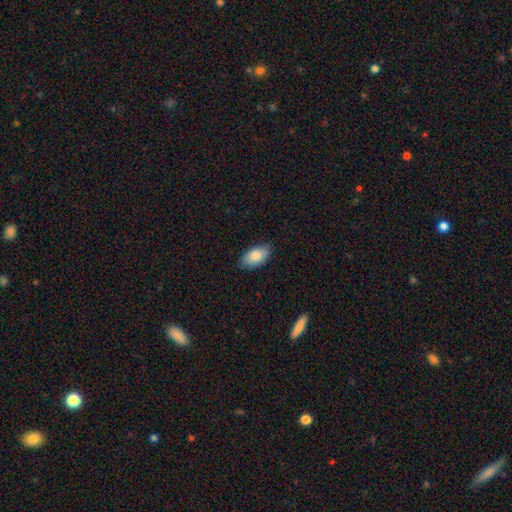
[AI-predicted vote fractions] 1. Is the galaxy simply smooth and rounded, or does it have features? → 84% smooth, 10% featured or disk, 6% star or artifact.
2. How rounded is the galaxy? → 94% in between, 4% round, 2% cigar-shaped.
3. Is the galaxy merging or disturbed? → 85% none, 12% minor disturbance, 2% major disturbance, 1% merger.